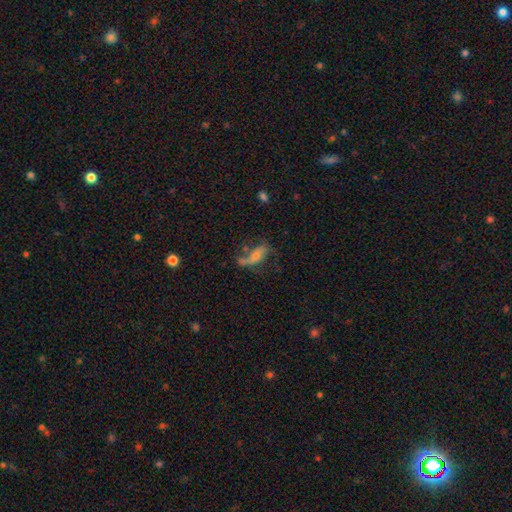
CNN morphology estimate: Q: Smooth or featured?
A: featured or disk (54%); runner-up: smooth (33%)
Q: Edge-on disk?
A: no (81%); runner-up: yes (19%)
Q: Merging?
A: none (44%); runner-up: minor disturbance (22%)